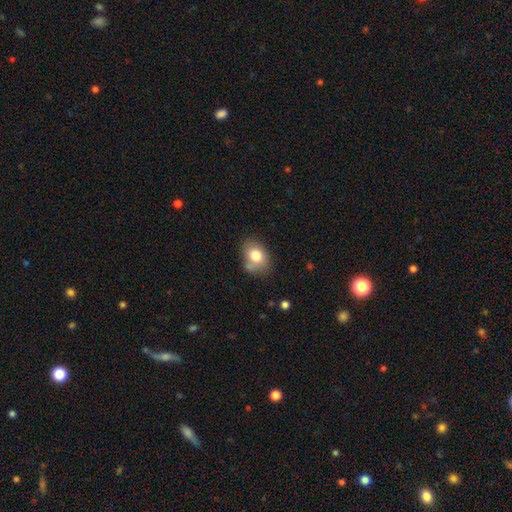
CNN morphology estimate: smooth-or-featured: smooth: 79% | featured or disk: 12% | star or artifact: 9%
  how-rounded: in between: 68% | round: 31% | cigar-shaped: 1%
  merging: none: 62% | minor disturbance: 23% | merger: 9% | major disturbance: 6%